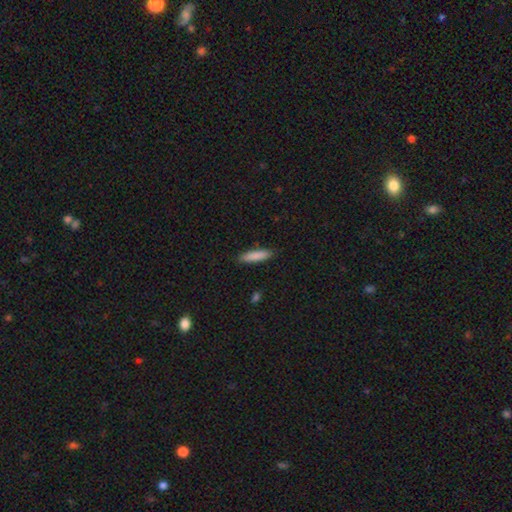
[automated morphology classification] smooth-or-featured: smooth: 86% | featured or disk: 8% | star or artifact: 6%
  how-rounded: cigar-shaped: 75% | in between: 24% | round: 1%
  merging: none: 88% | minor disturbance: 9% | major disturbance: 2% | merger: 1%